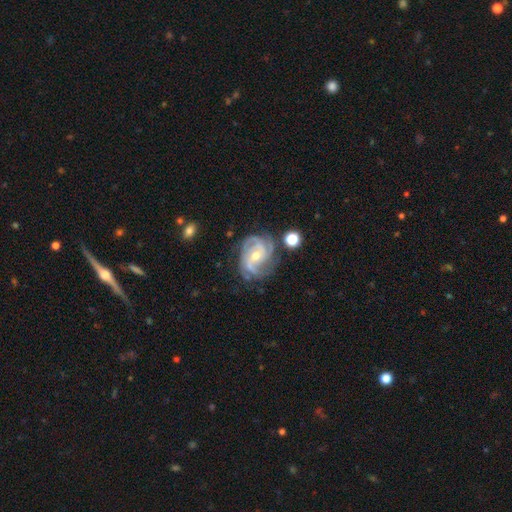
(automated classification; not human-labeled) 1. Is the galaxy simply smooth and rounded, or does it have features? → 89% featured or disk, 6% star or artifact, 5% smooth.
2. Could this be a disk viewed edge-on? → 98% no, 2% yes.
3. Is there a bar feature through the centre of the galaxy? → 55% no, 33% weak, 12% strong.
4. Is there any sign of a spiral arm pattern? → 98% yes, 2% no.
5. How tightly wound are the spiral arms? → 57% tight, 37% medium, 7% loose.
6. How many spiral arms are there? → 47% 3, 17% 4, 15% 2, 11% can't tell, 5% more than 4, 4% 1.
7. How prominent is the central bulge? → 50% small, 48% moderate, 1% large, 1% none, 1% dominant.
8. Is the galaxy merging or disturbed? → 72% none, 18% minor disturbance, 7% major disturbance, 3% merger.